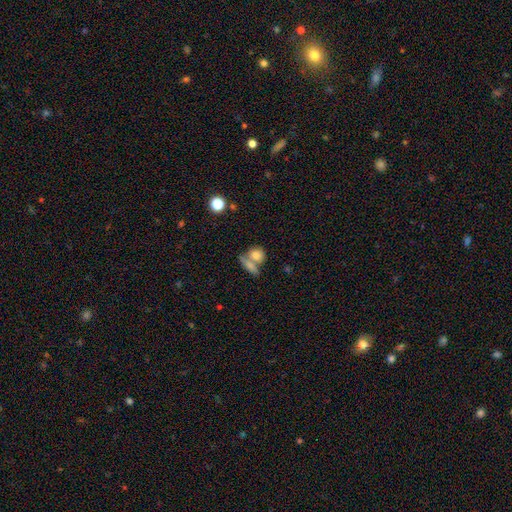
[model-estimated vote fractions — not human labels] Overall: smooth (79%). How rounded: round (48%; in between 46%). Merging: merger (51%; none 36%).